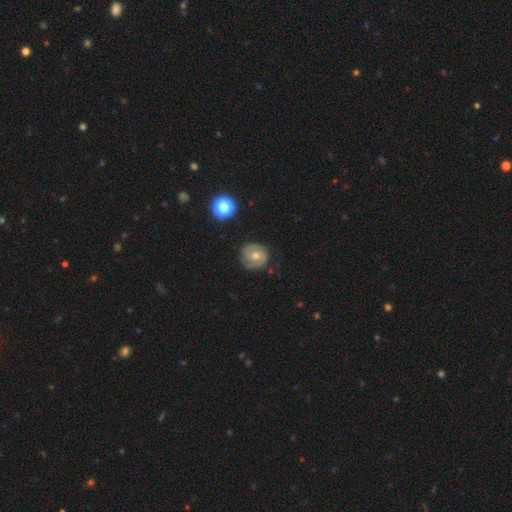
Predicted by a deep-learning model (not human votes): A featured or disk galaxy (72%) with no bar (59%), 2 (71%) tight (59%) spiral arms (92%) and a moderate central bulge (66%).

Vote fractions:
- Smooth or featured? featured or disk: 72% / smooth: 21% / star or artifact: 7%
- Edge-on disk? no: 98% / yes: 2%
- Bar? no: 59% / weak: 35% / strong: 6%
- Spiral arms? yes: 92% / no: 8%
- Spiral winding? tight: 59% / medium: 33% / loose: 8%
- Spiral arm count? 2: 71% / can't tell: 12% / 1: 9% / 3: 5% / 4: 1% / more than 4: 1%
- Bulge size? moderate: 66% / small: 24% / large: 6% / none: 3% / dominant: 1%
- Merging? none: 77% / minor disturbance: 16% / major disturbance: 5% / merger: 1%